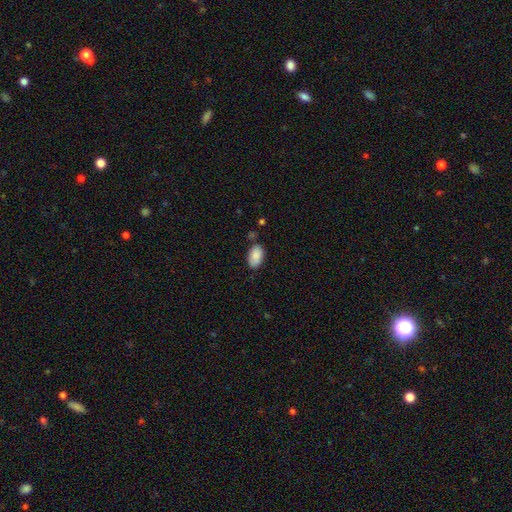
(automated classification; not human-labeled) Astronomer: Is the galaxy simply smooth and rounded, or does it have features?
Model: smooth — 87%.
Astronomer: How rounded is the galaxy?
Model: in between — 94%.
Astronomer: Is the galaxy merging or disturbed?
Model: none — 74%.